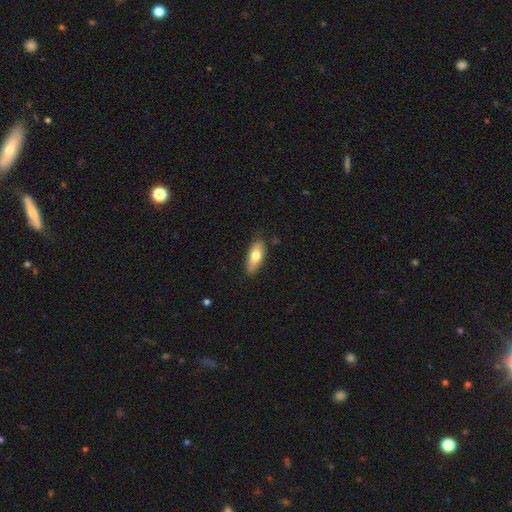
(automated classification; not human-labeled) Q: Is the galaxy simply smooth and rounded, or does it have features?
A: smooth — 69%.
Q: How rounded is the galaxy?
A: in between — 71%.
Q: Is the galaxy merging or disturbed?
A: none — 83%.